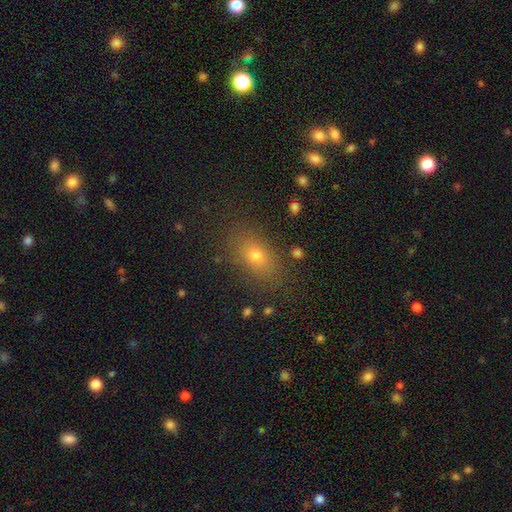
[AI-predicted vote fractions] smooth-or-featured: smooth: 71% | star or artifact: 15% | featured or disk: 13%
  how-rounded: in between: 76% | round: 20% | cigar-shaped: 4%
  merging: none: 82% | minor disturbance: 11% | major disturbance: 4% | merger: 2%